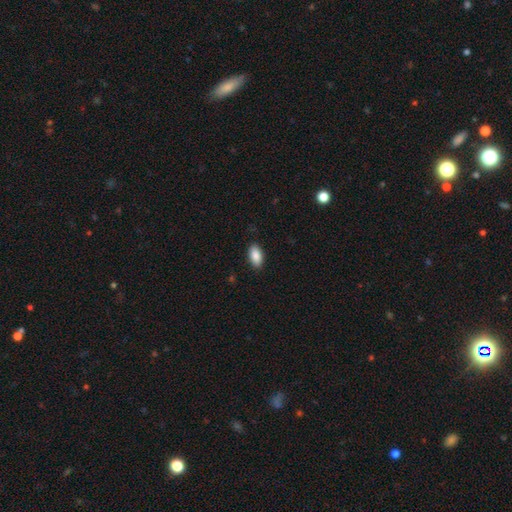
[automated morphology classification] smooth-or-featured: smooth: 88% | star or artifact: 7% | featured or disk: 5%
  how-rounded: in between: 93% | cigar-shaped: 4% | round: 3%
  merging: none: 88% | minor disturbance: 9% | major disturbance: 2% | merger: 1%